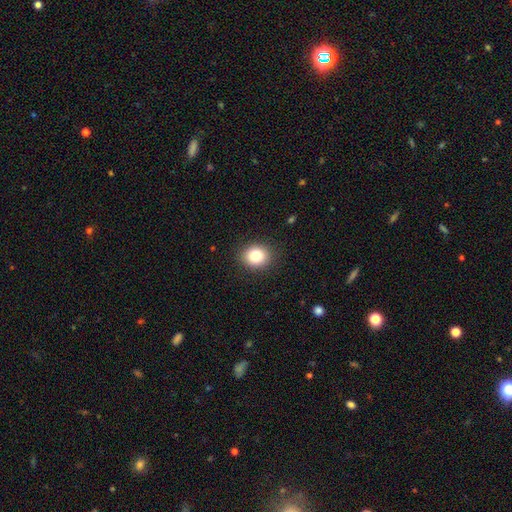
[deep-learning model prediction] Smooth or featured: smooth — 84% (star or artifact — 10%)
How rounded: round — 70% (in between — 30%)
Merging: none — 89% (minor disturbance — 8%)